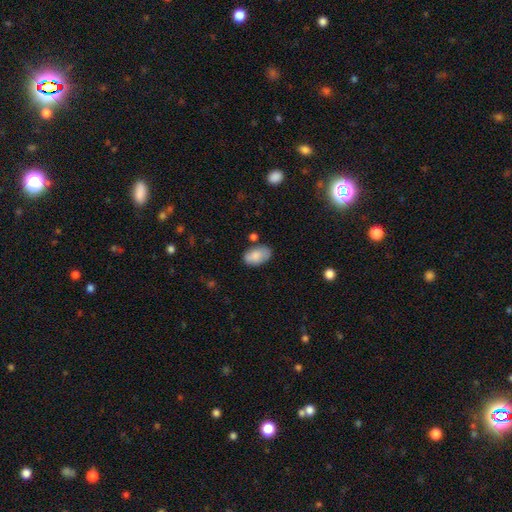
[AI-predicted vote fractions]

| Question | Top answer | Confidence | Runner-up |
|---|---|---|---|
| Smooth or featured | smooth | 83% | featured or disk (10%) |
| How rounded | in between | 92% | round (6%) |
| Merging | none | 69% | minor disturbance (21%) |